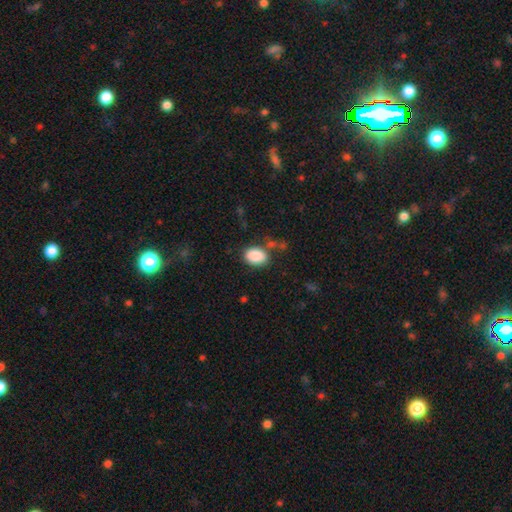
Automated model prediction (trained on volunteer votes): This is clearly a smooth galaxy (89%). How rounded: clearly in between (81%). Merging: likely none (74%).